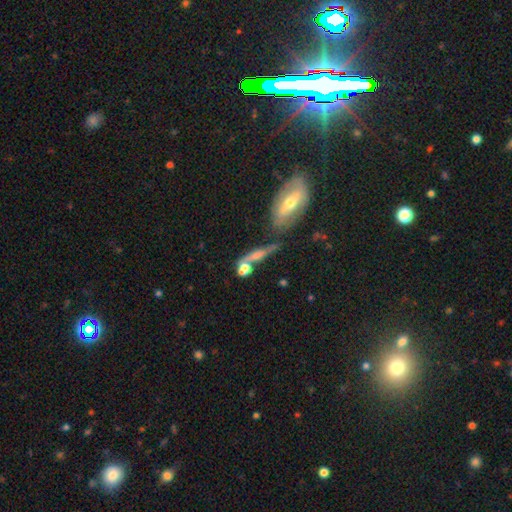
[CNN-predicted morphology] Smooth or featured? smooth (44%)
Merging? none (44%)